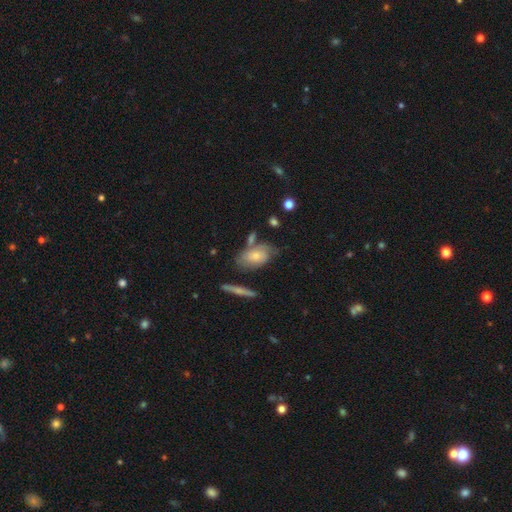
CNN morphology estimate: This is possibly a smooth galaxy (50%). Merging: possibly none (51%).